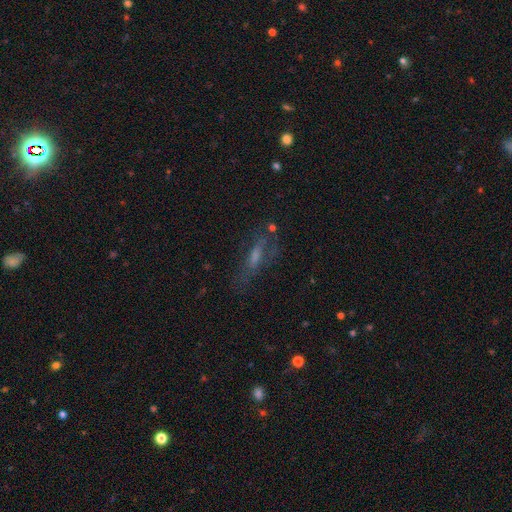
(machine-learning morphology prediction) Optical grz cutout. It shows a featured or disk galaxy (47%). Merging: none (64%).